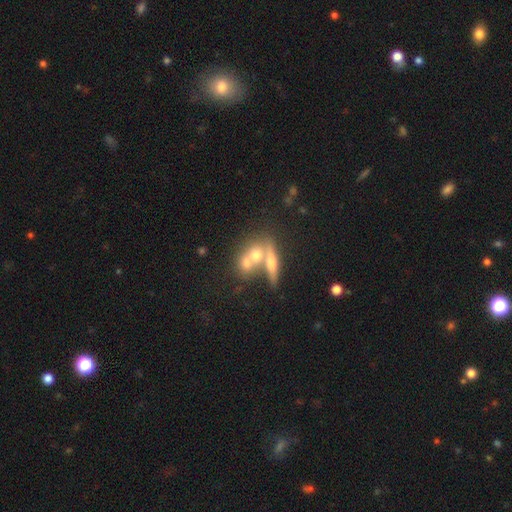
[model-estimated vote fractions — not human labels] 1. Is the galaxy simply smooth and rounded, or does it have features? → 51% featured or disk, 36% smooth, 13% star or artifact.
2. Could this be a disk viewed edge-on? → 52% no, 48% yes.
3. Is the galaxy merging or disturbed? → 62% merger, 26% none, 7% minor disturbance, 6% major disturbance.